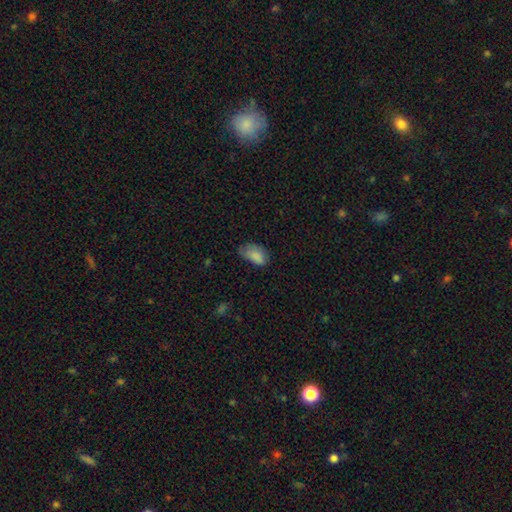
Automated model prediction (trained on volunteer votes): Q: Smooth or featured?
A: smooth (82%); runner-up: featured or disk (9%)
Q: How rounded?
A: in between (92%); runner-up: round (5%)
Q: Merging?
A: none (42%); runner-up: minor disturbance (41%)